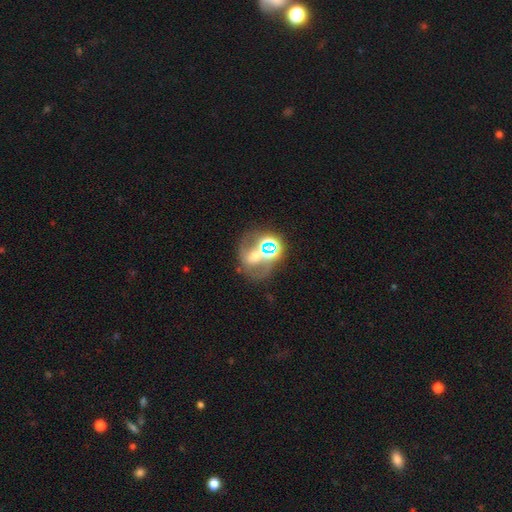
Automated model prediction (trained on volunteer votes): Smooth or featured?
  - featured or disk: 49% *
  - smooth: 27%
  - star or artifact: 24%
Merging?
  - none: 39% *
  - merger: 33%
  - major disturbance: 14%
  - minor disturbance: 14%